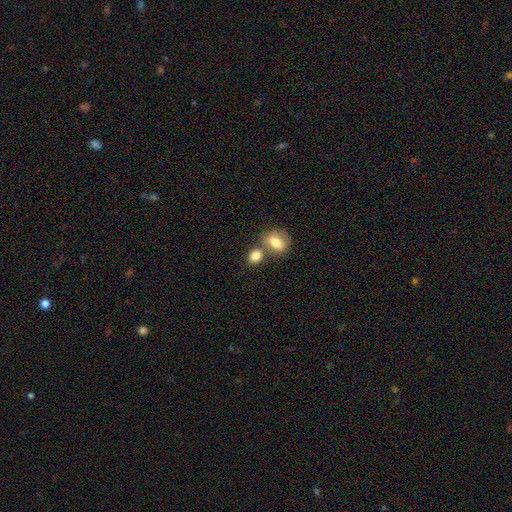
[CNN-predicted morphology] The model was most divided on "merging": none: 46%, merger: 40%, minor disturbance: 10%, major disturbance: 4%. More confident: smooth or featured — smooth (83%); how rounded — in between (53%).